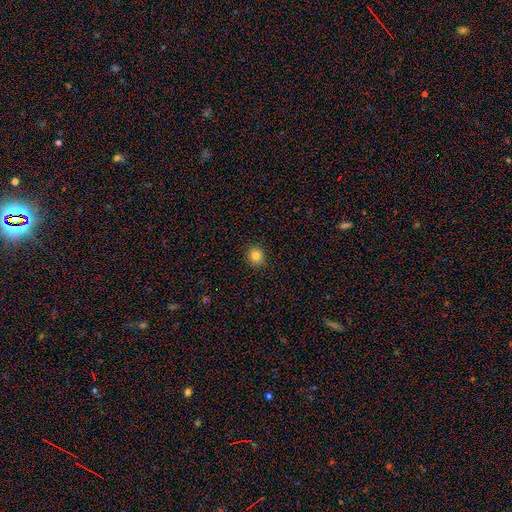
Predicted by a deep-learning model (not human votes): Smooth or featured? smooth (82%)
How rounded? round (87%)
Merging? none (91%)